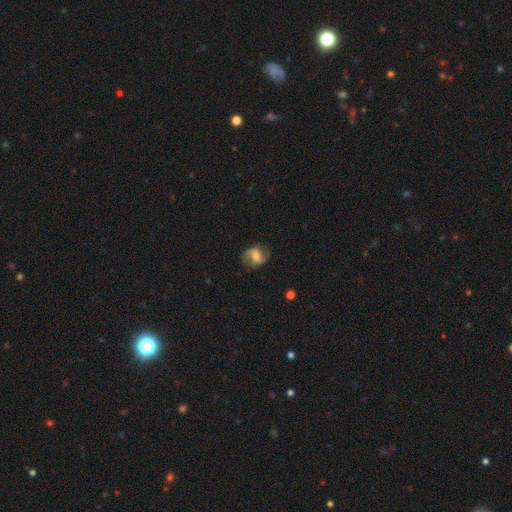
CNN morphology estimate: smooth_or_featured: featured or disk (p=0.71) [alt: smooth p=0.21]
disk_edge_on: no (p=0.97) [alt: yes p=0.03]
bar: weak (p=0.47) [alt: no p=0.30]
has_spiral_arms: yes (p=0.92) [alt: no p=0.08]
spiral_winding: medium (p=0.43) [alt: loose p=0.41]
spiral_arm_count: 2 (p=0.90) [alt: can't tell p=0.05]
bulge_size: moderate (p=0.54) [alt: small p=0.33]
merging: none (p=0.78) [alt: minor disturbance p=0.15]